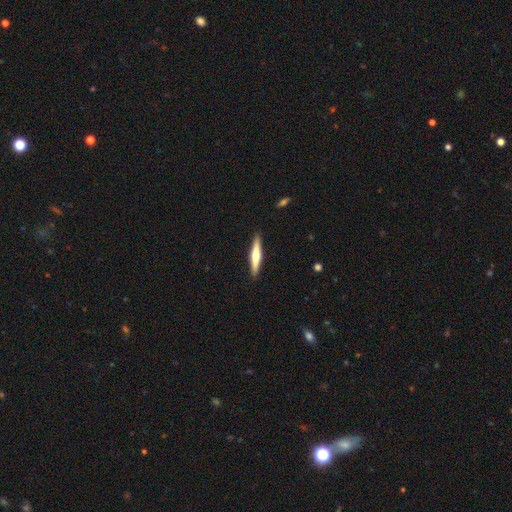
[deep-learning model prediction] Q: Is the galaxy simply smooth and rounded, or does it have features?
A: featured or disk — 52%.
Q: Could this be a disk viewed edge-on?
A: yes — 97%.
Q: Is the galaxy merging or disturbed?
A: none — 91%.